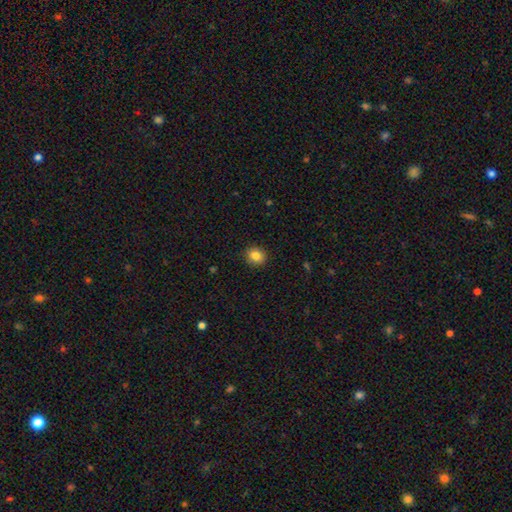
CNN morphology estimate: smooth_or_featured: smooth (p=0.84) [alt: star or artifact p=0.10]
how_rounded: round (p=0.70) [alt: in between p=0.29]
merging: none (p=0.90) [alt: minor disturbance p=0.07]